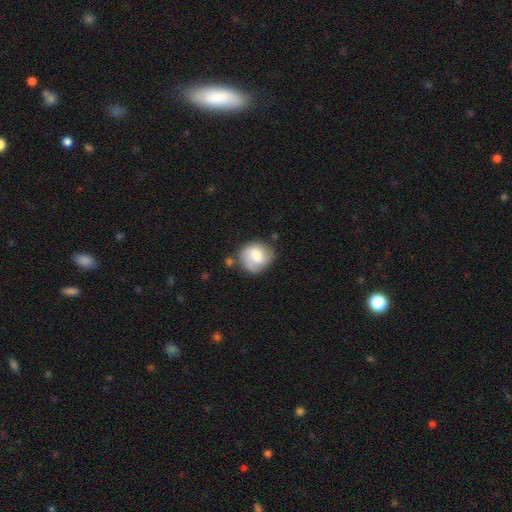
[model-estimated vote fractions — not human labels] Smooth or featured? Predicted: smooth (p=0.58). How rounded? Predicted: round (p=0.78). Merging? Predicted: none (p=0.64).